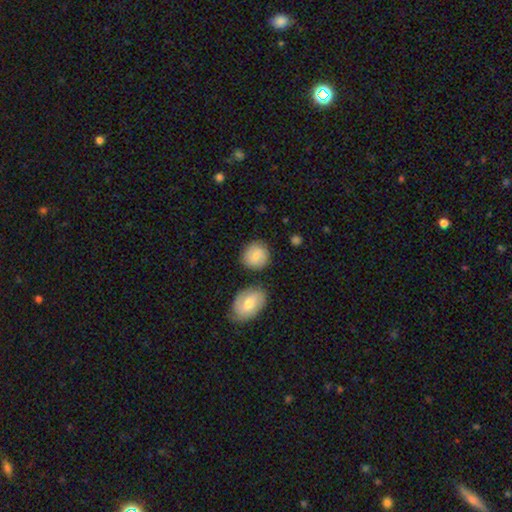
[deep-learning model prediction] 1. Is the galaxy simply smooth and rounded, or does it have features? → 75% smooth, 18% featured or disk, 7% star or artifact.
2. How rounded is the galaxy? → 83% round, 16% in between, 1% cigar-shaped.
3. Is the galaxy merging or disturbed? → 75% none, 12% minor disturbance, 10% merger, 3% major disturbance.